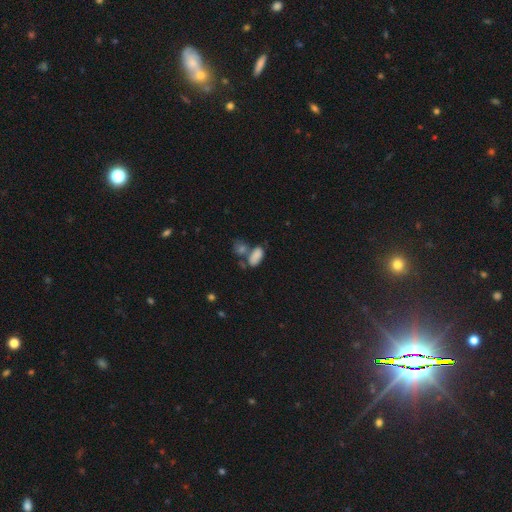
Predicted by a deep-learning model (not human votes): smooth_or_featured: smooth (p=0.81) [alt: star or artifact p=0.09]
how_rounded: in between (p=0.92) [alt: round p=0.05]
merging: merger (p=0.43) [alt: none p=0.36]